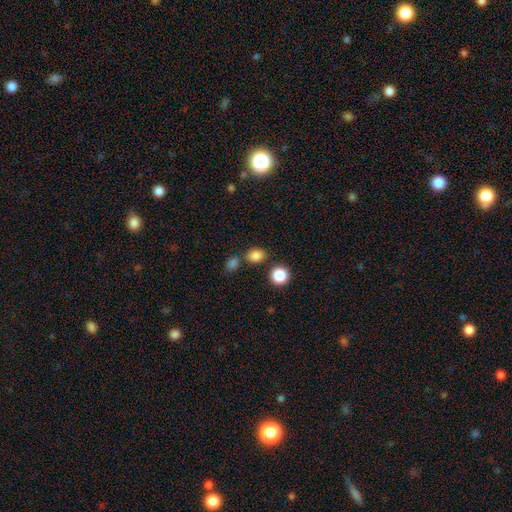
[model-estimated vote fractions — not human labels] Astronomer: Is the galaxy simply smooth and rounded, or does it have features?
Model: smooth — 82%.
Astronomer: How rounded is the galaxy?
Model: in between — 56% (runner-up: round, 43%).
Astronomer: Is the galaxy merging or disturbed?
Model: none — 73%.